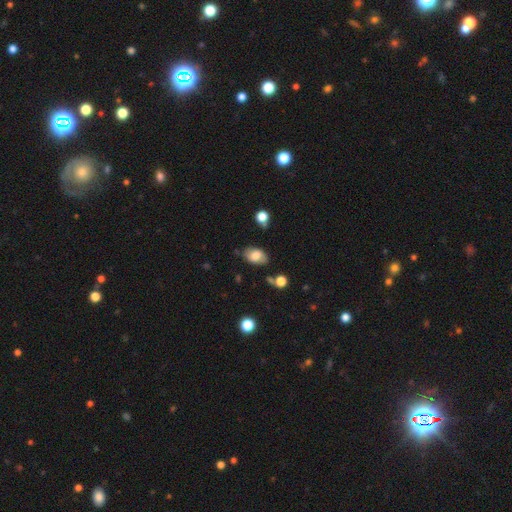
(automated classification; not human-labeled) Smooth or featured?
  - smooth: 75% *
  - featured or disk: 17%
  - star or artifact: 8%
How rounded?
  - in between: 89% *
  - round: 10%
  - cigar-shaped: 1%
Merging?
  - none: 73% *
  - minor disturbance: 18%
  - merger: 5%
  - major disturbance: 4%